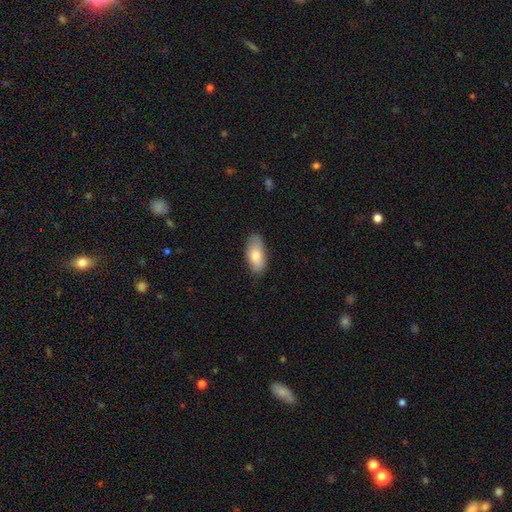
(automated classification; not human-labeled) Smooth or featured? smooth (79%)
How rounded? in between (89%)
Merging? none (83%)